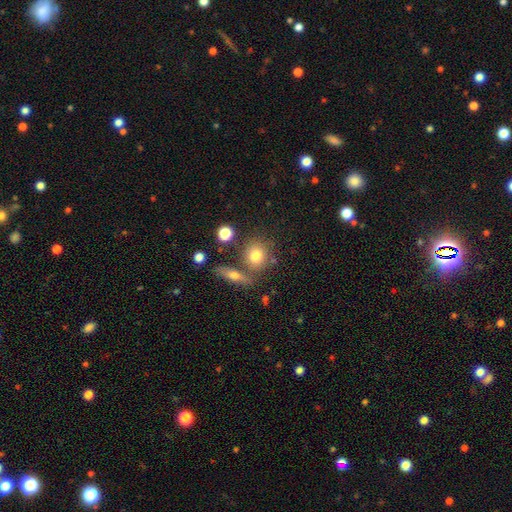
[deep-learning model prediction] This is likely a smooth galaxy (77%). How rounded: likely round (74%). Merging: likely none (65%).